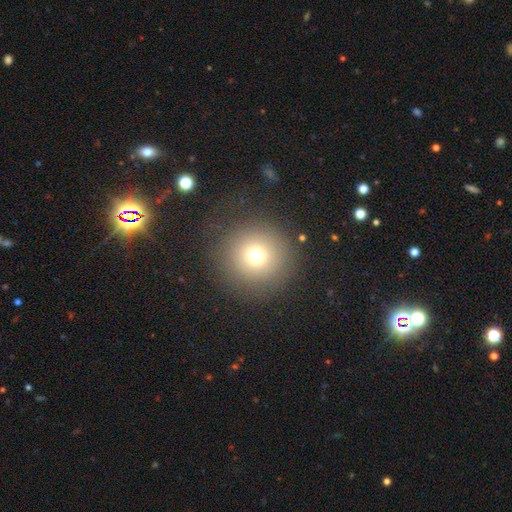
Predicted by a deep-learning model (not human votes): Smooth or featured? smooth (71%)
How rounded? round (96%)
Merging? none (86%)